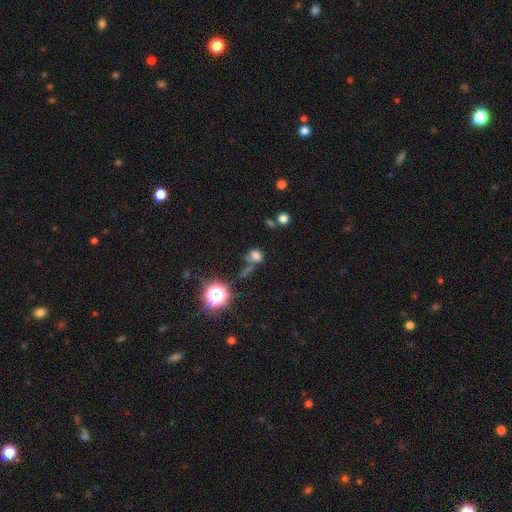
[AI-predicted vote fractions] Smooth or featured?
  - smooth: 63% *
  - star or artifact: 26%
  - featured or disk: 11%
How rounded?
  - round: 52% *
  - in between: 45%
  - cigar-shaped: 3%
Merging?
  - none: 45% *
  - merger: 28%
  - minor disturbance: 15%
  - major disturbance: 13%